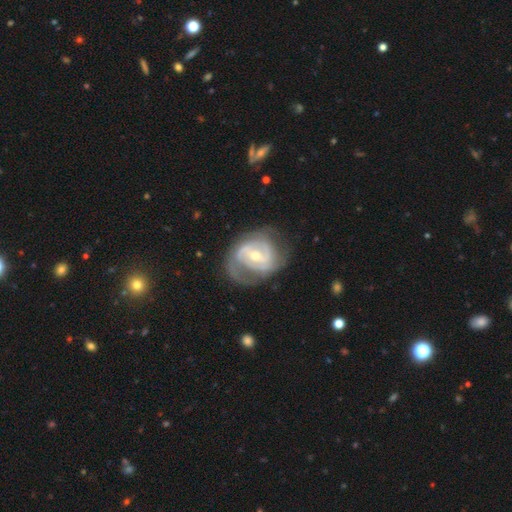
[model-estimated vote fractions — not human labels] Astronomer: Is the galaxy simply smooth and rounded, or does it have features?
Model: featured or disk — 87%.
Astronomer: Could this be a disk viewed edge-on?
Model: no — 97%.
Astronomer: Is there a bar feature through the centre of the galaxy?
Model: weak — 51%.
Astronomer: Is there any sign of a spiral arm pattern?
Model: yes — 94%.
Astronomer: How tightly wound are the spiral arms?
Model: tight — 51% (runner-up: medium, 38%).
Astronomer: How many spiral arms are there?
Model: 2 — 50%.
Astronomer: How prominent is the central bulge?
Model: moderate — 58% (runner-up: small, 38%).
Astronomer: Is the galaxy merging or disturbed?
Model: none — 61%.